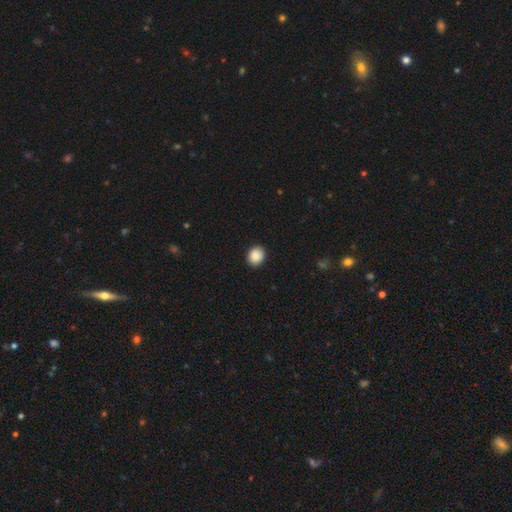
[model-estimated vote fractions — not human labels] Q: Smooth or featured?
A: smooth (88%); runner-up: star or artifact (8%)
Q: How rounded?
A: round (67%); runner-up: in between (32%)
Q: Merging?
A: none (92%); runner-up: minor disturbance (6%)